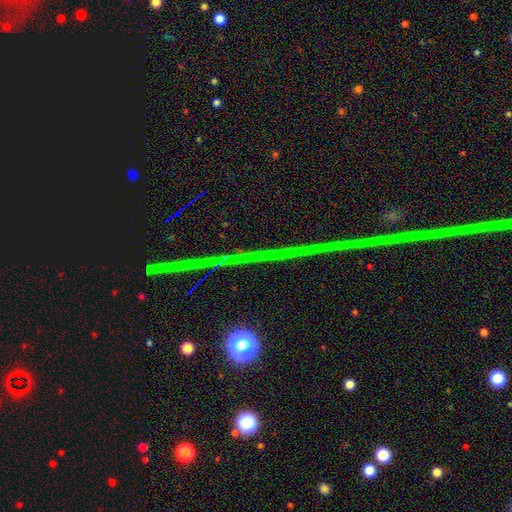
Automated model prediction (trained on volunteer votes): This appears to be a star or artifact, not a galaxy (81%).